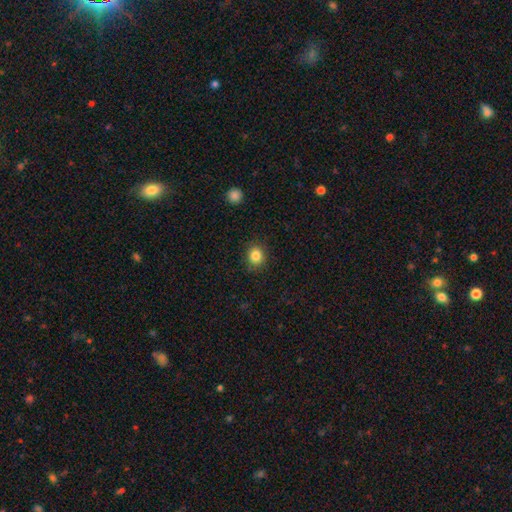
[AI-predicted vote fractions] Smooth or featured?
  - smooth: 85% *
  - star or artifact: 10%
  - featured or disk: 5%
How rounded?
  - round: 79% *
  - in between: 20%
  - cigar-shaped: 1%
Merging?
  - none: 88% *
  - minor disturbance: 9%
  - major disturbance: 3%
  - merger: 1%